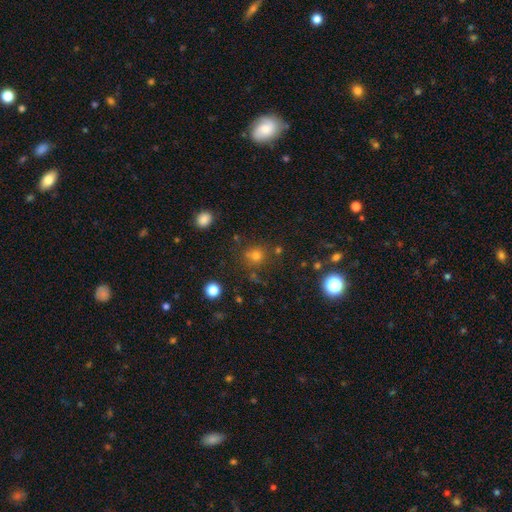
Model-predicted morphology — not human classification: Smooth or featured? smooth (69%)
How rounded? round (87%)
Merging? none (75%)